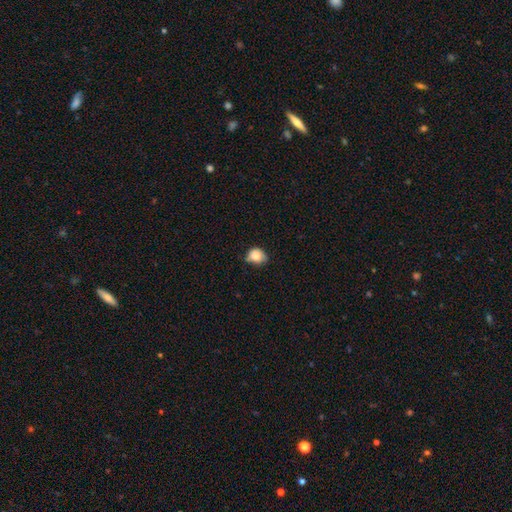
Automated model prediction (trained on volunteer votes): This appears to be a smooth galaxy with no disk features (80%) that is round (59%). Merging: none (46%).